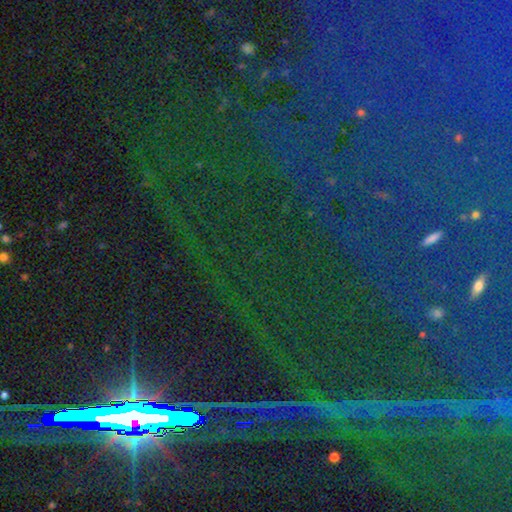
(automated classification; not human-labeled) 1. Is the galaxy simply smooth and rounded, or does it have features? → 85% star or artifact, 8% smooth, 7% featured or disk.